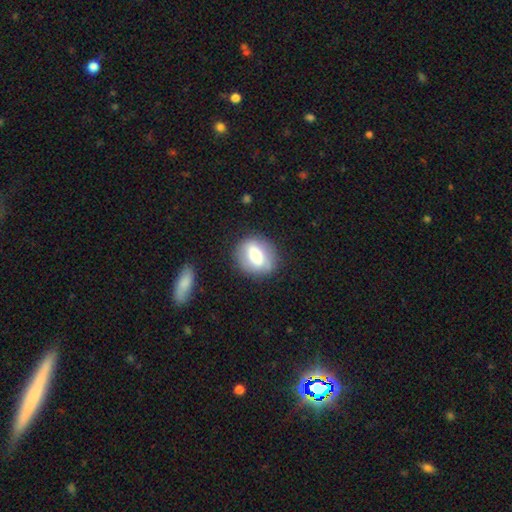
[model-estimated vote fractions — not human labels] Smooth or featured: smooth — 58% (featured or disk — 34%)
How rounded: round — 65% (in between — 33%)
Merging: none — 80% (minor disturbance — 13%)